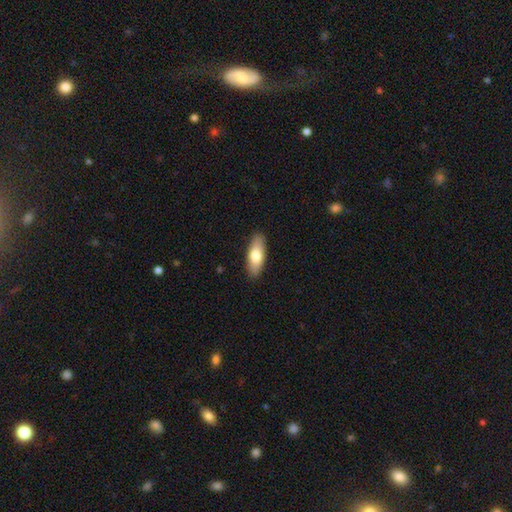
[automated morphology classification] Smooth or featured?
  - smooth: 75% *
  - featured or disk: 19%
  - star or artifact: 5%
How rounded?
  - in between: 72% *
  - cigar-shaped: 26%
  - round: 2%
Merging?
  - none: 89% *
  - minor disturbance: 8%
  - major disturbance: 2%
  - merger: 1%